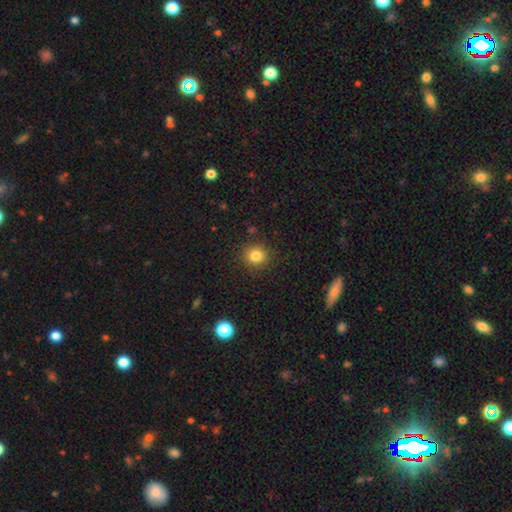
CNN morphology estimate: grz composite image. It shows a smooth galaxy with no disk features (83%) that is round (89%). Merging: none (89%).